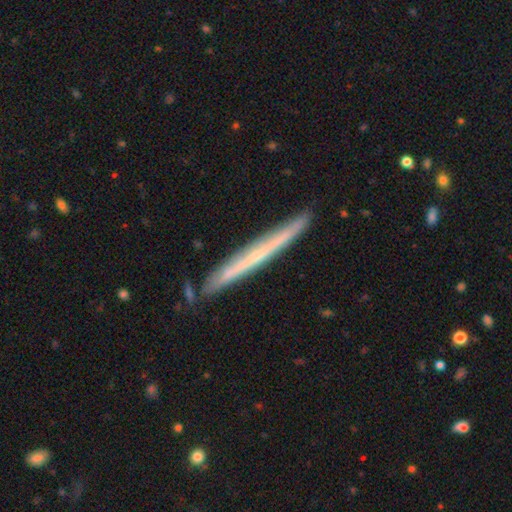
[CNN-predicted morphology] A featured or disk galaxy (62%) viewed edge-on (96%) with no central bulge (73%).

Vote fractions:
- Smooth or featured? featured or disk: 62% / smooth: 32% / star or artifact: 6%
- Edge-on disk? yes: 96% / no: 4%
- Edge-on bulge? none: 73% / rounded: 23% / boxy: 3%
- Merging? none: 87% / minor disturbance: 10% / merger: 2% / major disturbance: 1%